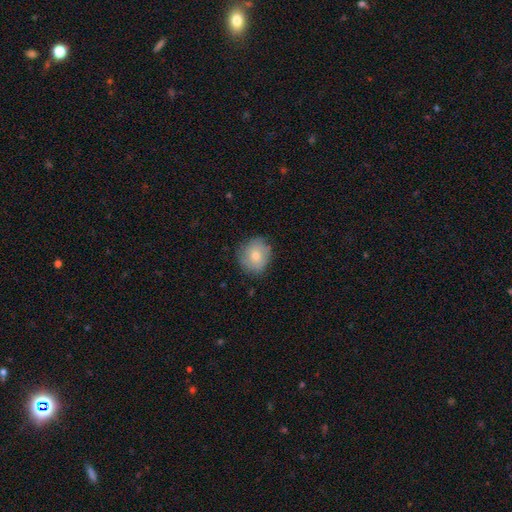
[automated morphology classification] Smooth or featured: smooth — 76% (featured or disk — 16%)
How rounded: round — 81% (in between — 18%)
Merging: none — 80% (minor disturbance — 16%)